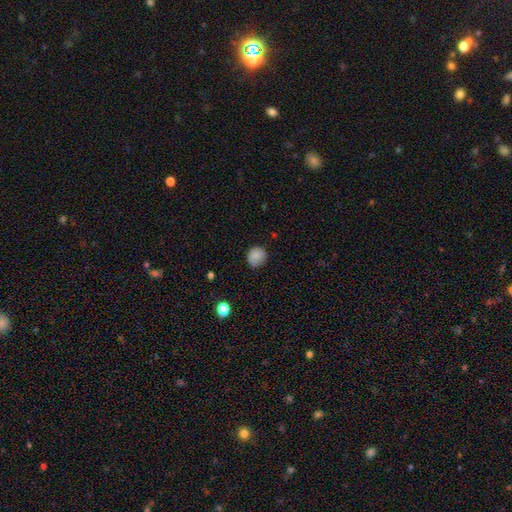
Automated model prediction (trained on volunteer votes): A smooth galaxy with no disk features (83%) that is round (89%). Merging: none (81%).